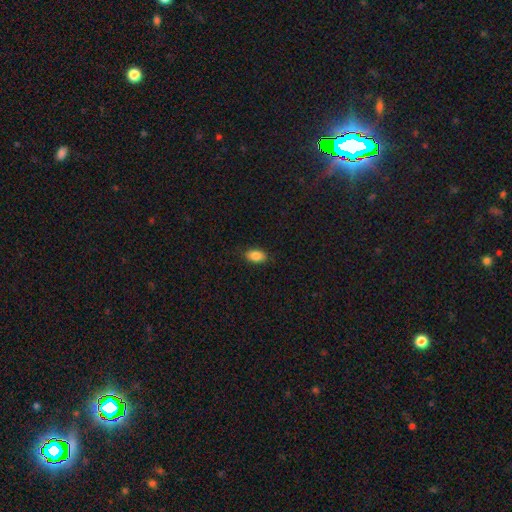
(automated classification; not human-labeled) Smooth or featured?
  - smooth: 87% *
  - star or artifact: 8%
  - featured or disk: 5%
How rounded?
  - in between: 91% *
  - round: 7%
  - cigar-shaped: 2%
Merging?
  - none: 87% *
  - minor disturbance: 10%
  - major disturbance: 2%
  - merger: 1%